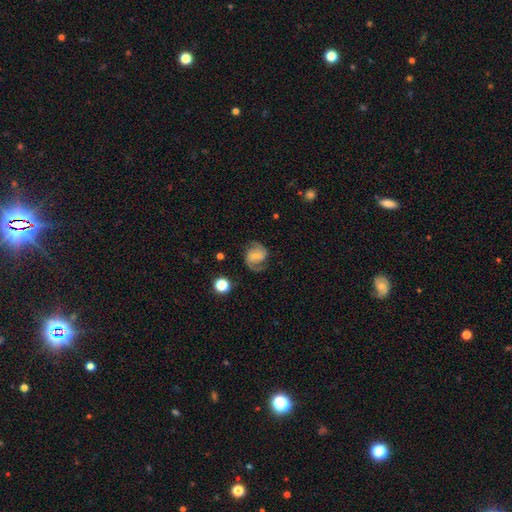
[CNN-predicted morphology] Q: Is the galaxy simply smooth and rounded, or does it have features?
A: featured or disk — 78%.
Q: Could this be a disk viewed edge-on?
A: no — 98%.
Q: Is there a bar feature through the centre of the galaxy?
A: weak — 50%.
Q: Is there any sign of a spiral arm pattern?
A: yes — 96%.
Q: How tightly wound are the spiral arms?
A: medium — 53%.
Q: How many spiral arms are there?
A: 2 — 89%.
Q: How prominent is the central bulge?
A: small — 49%.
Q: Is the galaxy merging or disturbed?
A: none — 75%.